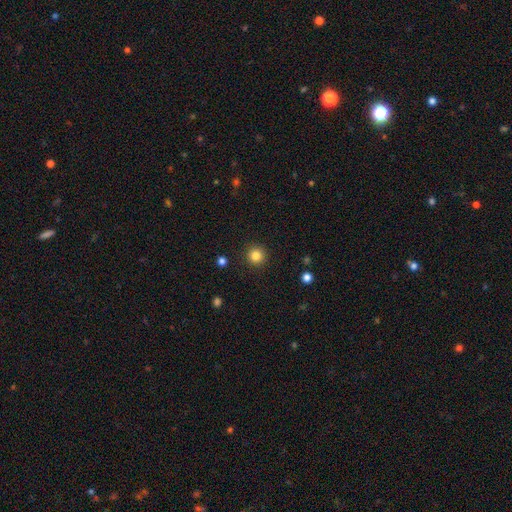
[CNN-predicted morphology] smooth_or_featured: smooth (p=0.83) [alt: star or artifact p=0.12]
how_rounded: round (p=0.95) [alt: in between p=0.04]
merging: none (p=0.92) [alt: minor disturbance p=0.05]